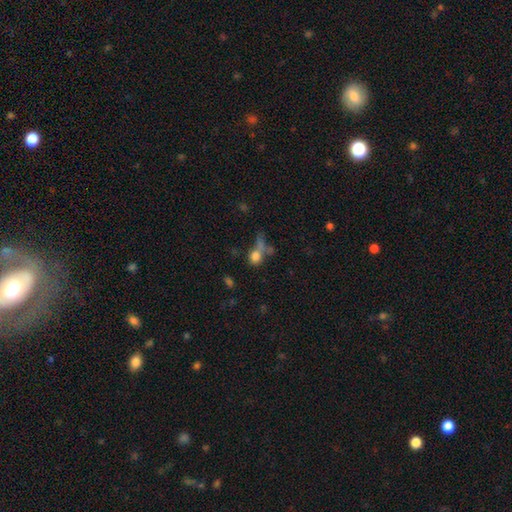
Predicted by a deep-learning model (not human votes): The model was most divided on "merging": none: 37%, merger: 34%, major disturbance: 16%, minor disturbance: 13%. More confident: smooth or featured — smooth (72%); how rounded — round (64%).